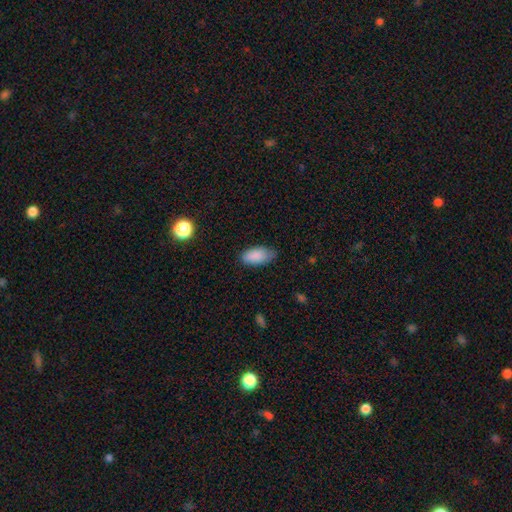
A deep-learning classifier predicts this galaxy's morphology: type=smooth (88%); roundness=in between (92%); merging=none (72%).